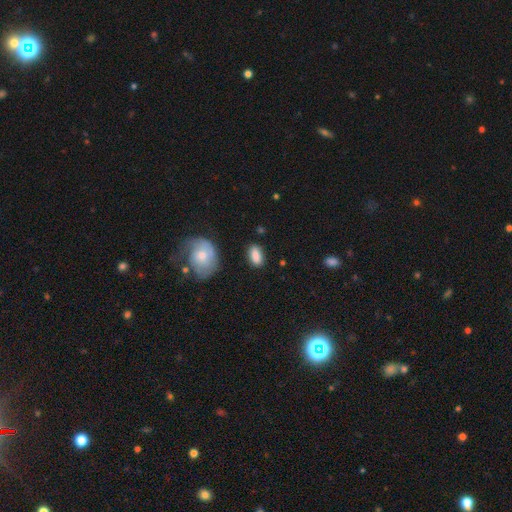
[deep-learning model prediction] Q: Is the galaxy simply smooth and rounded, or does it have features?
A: smooth — 86%.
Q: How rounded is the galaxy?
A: in between — 89%.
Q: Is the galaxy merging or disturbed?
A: none — 80%.